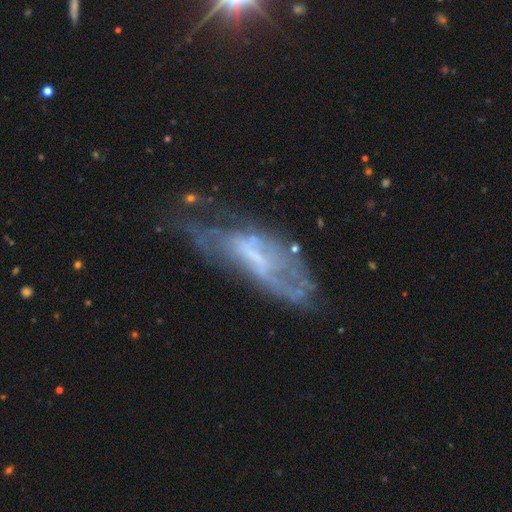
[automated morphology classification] Smooth or featured: featured or disk — 68% (smooth — 22%)
Edge-on disk: no — 80% (yes — 20%)
Bar: no — 42% (weak — 39%)
Spiral arms: no — 51% (yes — 49%)
Bulge size: small — 37% (none — 35%)
Merging: none — 41% (minor disturbance — 27%)